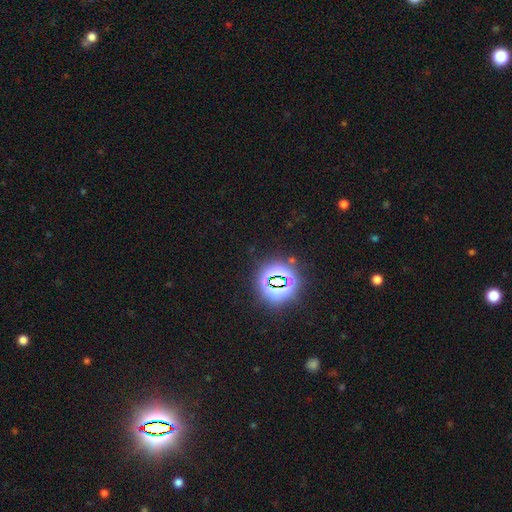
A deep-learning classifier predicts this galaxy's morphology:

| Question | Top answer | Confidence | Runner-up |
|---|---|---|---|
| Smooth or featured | star or artifact | 79% | smooth (13%) |